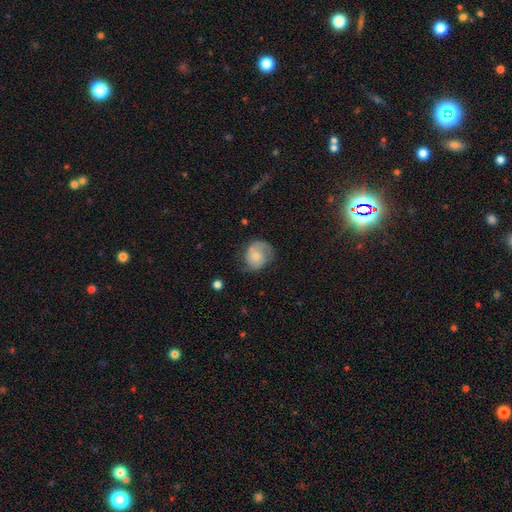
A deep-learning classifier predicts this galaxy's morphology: A smooth galaxy with no disk features (47%). Merging: none (55%).